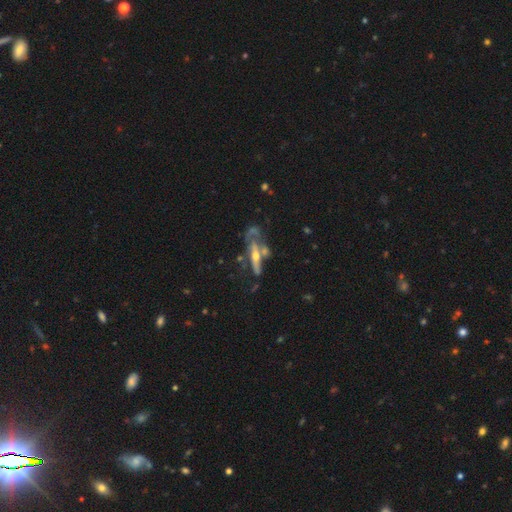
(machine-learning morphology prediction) The model was most divided on "merging": none: 31%, merger: 27%, major disturbance: 23%, minor disturbance: 19%. More confident: smooth or featured — featured or disk (67%); edge-on disk — yes (62%).